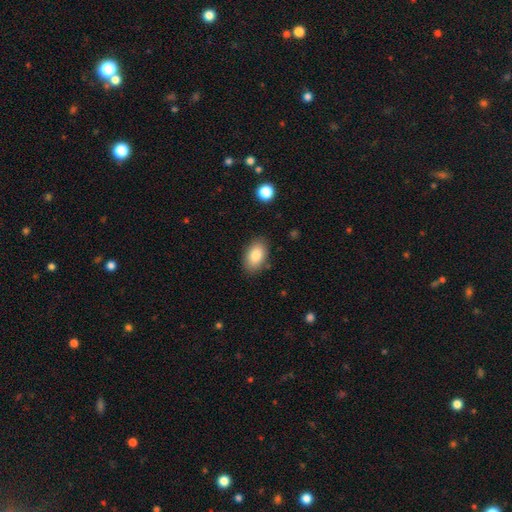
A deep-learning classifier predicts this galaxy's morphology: Smooth or featured: smooth — 84% (featured or disk — 9%)
How rounded: in between — 91% (round — 7%)
Merging: none — 84% (minor disturbance — 11%)